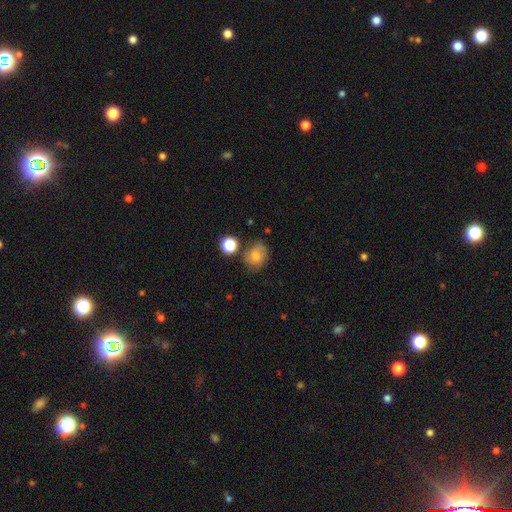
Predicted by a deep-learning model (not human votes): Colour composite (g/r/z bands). It shows a smooth galaxy with no disk features (71%) that is round (56%). Merging: none (63%).